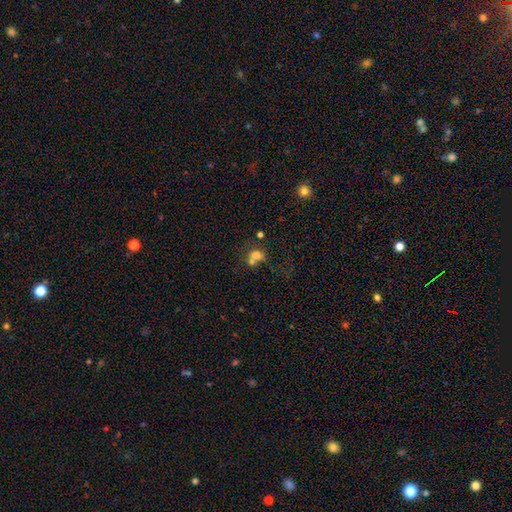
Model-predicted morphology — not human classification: A smooth galaxy with no disk features (69%) that is round (56%). Merging: merger (47%).